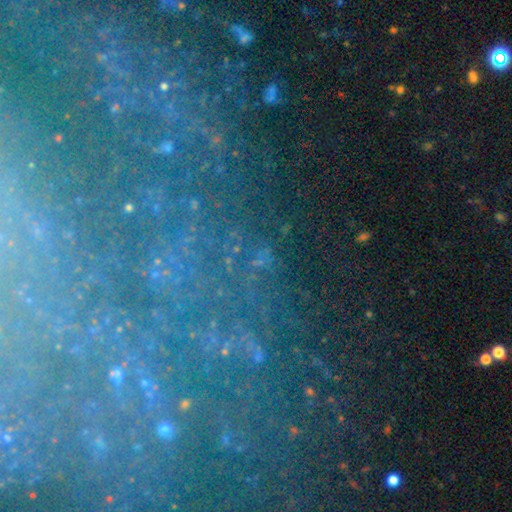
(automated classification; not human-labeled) smooth-or-featured: star or artifact: 54% | featured or disk: 33% | smooth: 13%